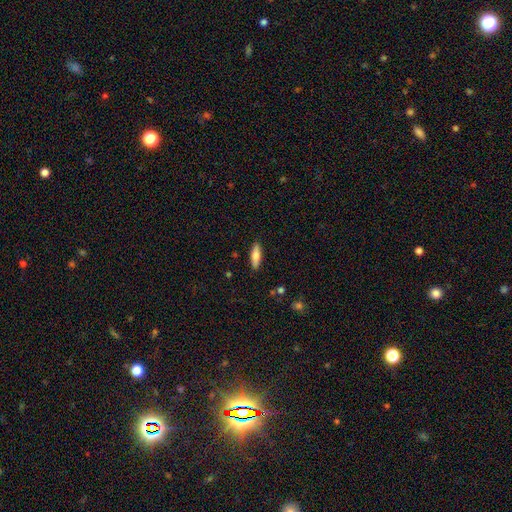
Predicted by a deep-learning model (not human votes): A smooth galaxy with no disk features (74%) that is cigar-shaped (53%).

Vote fractions:
- Smooth or featured? smooth: 74% / featured or disk: 20% / star or artifact: 6%
- How rounded? cigar-shaped: 53% / in between: 45% / round: 2%
- Merging? none: 88% / minor disturbance: 9% / major disturbance: 2% / merger: 1%